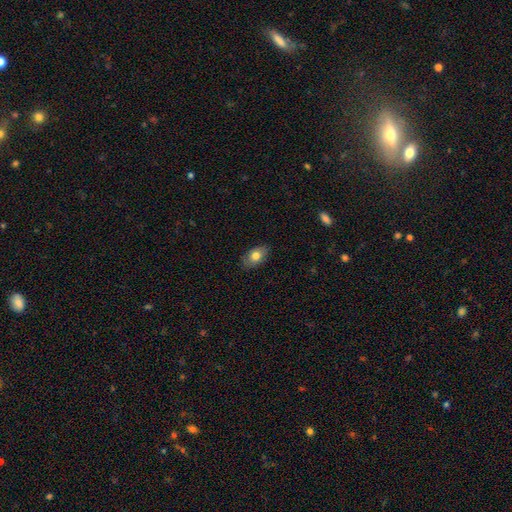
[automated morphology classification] Smooth or featured? Predicted: smooth (p=0.77). How rounded? Predicted: in between (p=0.90). Merging? Predicted: none (p=0.84).